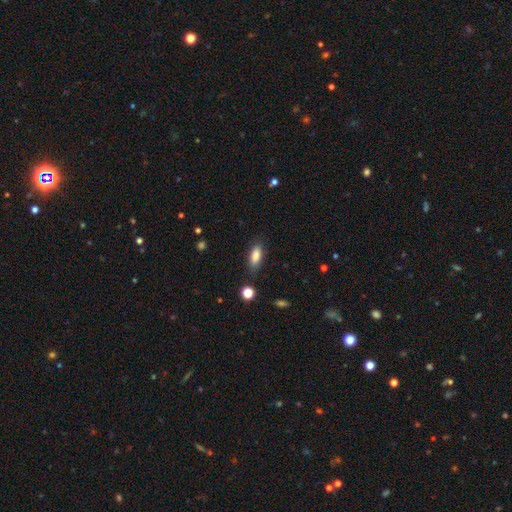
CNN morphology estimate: A smooth galaxy with no disk features (85%) that is in between round and cigar-shaped (78%). Merging: none (82%).